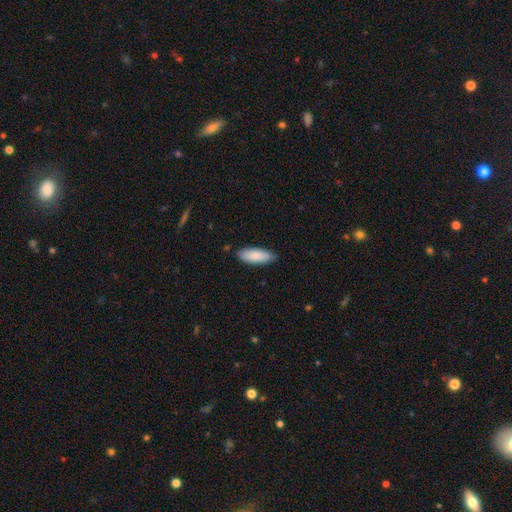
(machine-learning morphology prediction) Smooth or featured?
  - smooth: 87% *
  - featured or disk: 8%
  - star or artifact: 5%
How rounded?
  - in between: 70% *
  - cigar-shaped: 28%
  - round: 1%
Merging?
  - none: 83% *
  - minor disturbance: 14%
  - major disturbance: 2%
  - merger: 1%